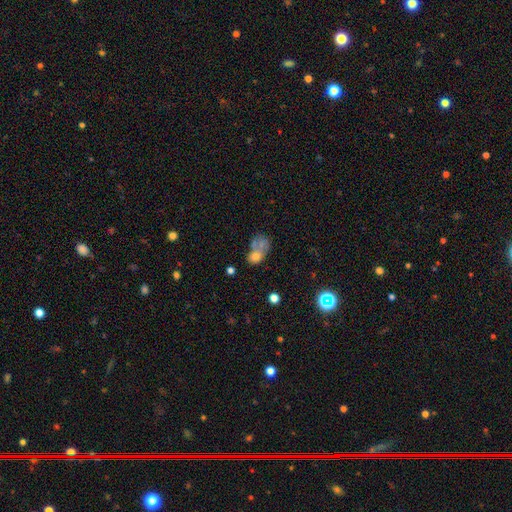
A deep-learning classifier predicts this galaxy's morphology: This is possibly a smooth galaxy (56%). How rounded: likely in between (73%). Merging: possibly merger (46%).